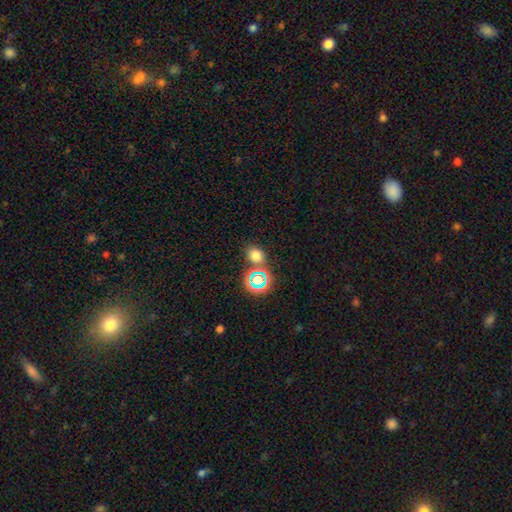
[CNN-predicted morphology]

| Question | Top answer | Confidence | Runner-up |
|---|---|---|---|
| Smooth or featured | smooth | 67% | star or artifact (26%) |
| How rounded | round | 56% | in between (43%) |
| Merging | none | 71% | merger (15%) |